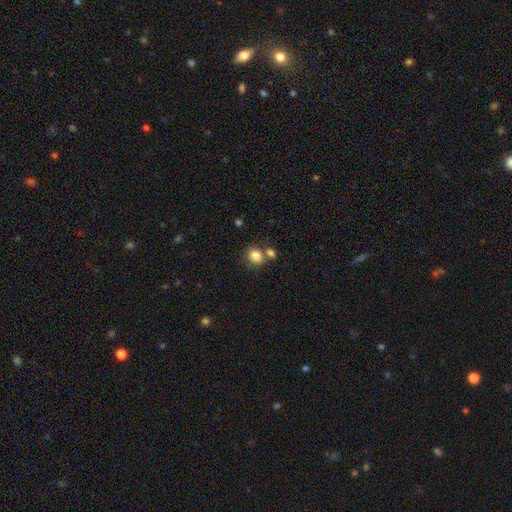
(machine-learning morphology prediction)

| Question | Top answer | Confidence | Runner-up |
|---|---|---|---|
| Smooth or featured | smooth | 83% | star or artifact (10%) |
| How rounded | round | 59% | in between (40%) |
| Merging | none | 59% | merger (26%) |